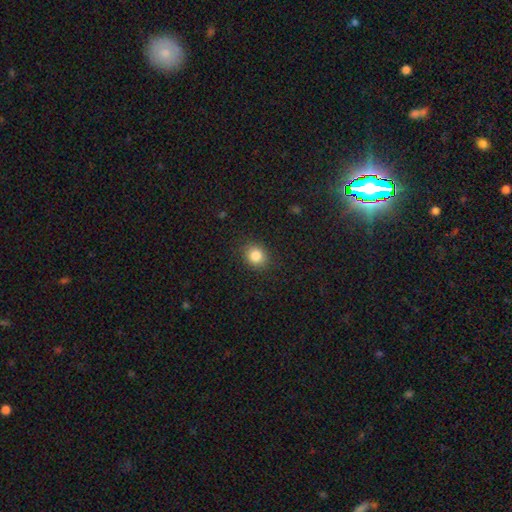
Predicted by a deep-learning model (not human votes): smooth-or-featured: smooth: 85% | star or artifact: 10% | featured or disk: 5%
  how-rounded: round: 69% | in between: 30% | cigar-shaped: 1%
  merging: none: 87% | minor disturbance: 9% | major disturbance: 3% | merger: 1%